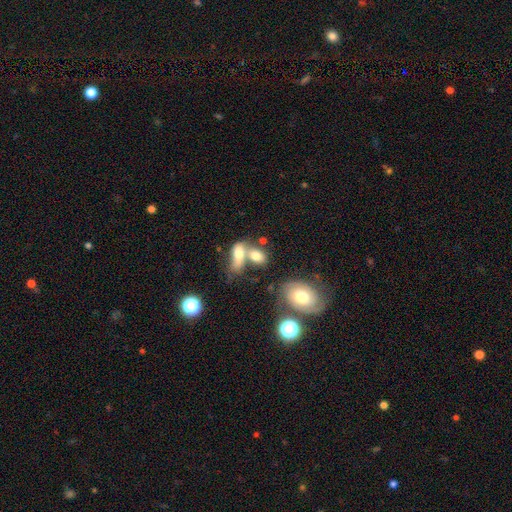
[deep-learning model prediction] Smooth or featured? smooth (73%)
How rounded? in between (80%)
Merging? merger (55%)